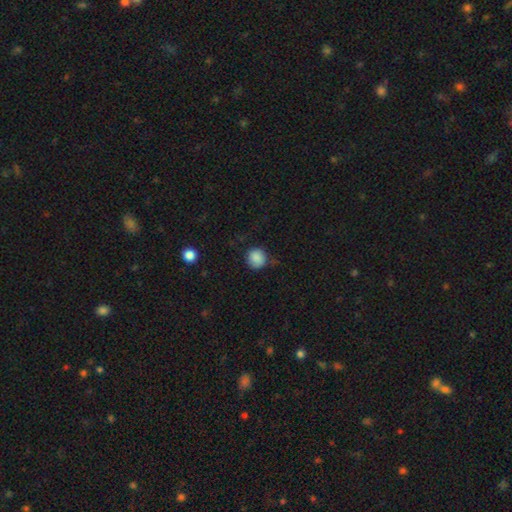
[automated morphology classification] type=smooth (87%); roundness=round (88%); merging=none (76%).